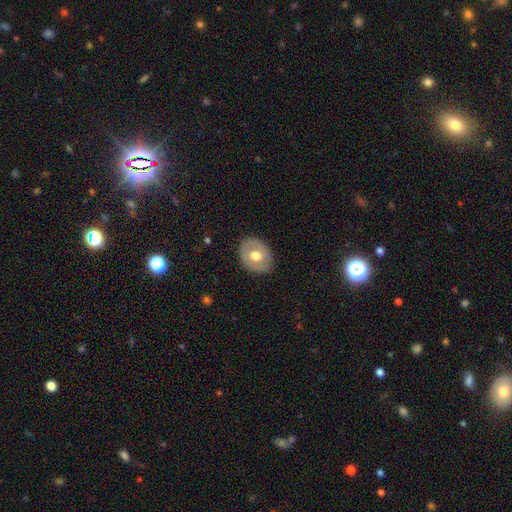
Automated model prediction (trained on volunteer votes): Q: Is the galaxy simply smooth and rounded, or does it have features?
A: smooth — 52%.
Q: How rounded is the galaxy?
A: in between — 53%.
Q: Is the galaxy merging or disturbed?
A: none — 84%.